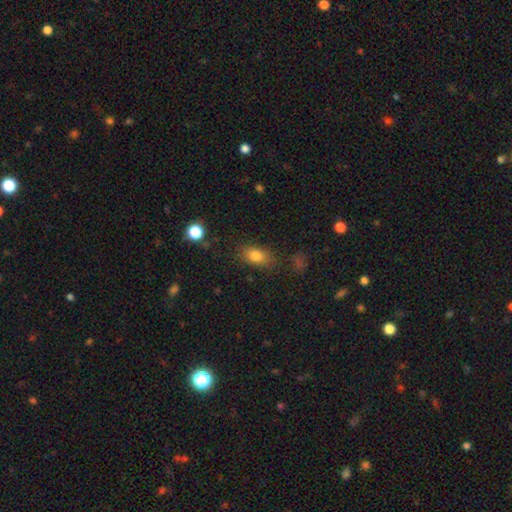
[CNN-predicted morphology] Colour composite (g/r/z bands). It shows a smooth galaxy with no disk features (81%) that is in between round and cigar-shaped (81%). Merging: none (77%).